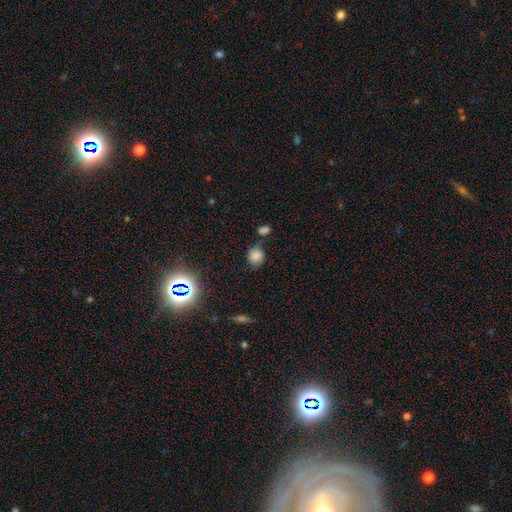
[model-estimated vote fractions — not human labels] Smooth or featured? Predicted: smooth (p=0.77). How rounded? Predicted: round (p=0.78). Merging? Predicted: none (p=0.61).